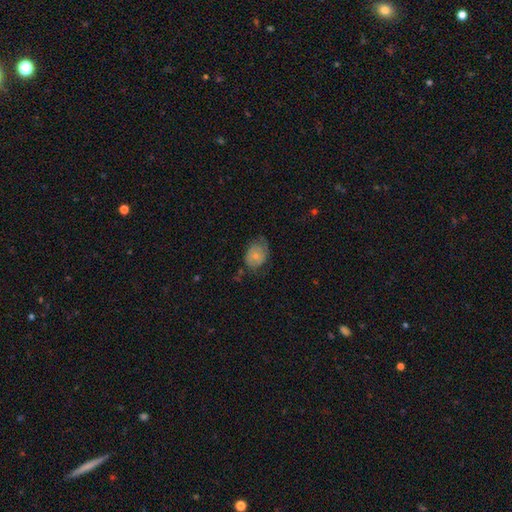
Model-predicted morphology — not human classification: smooth-or-featured: smooth: 57% | featured or disk: 36% | star or artifact: 8%
  how-rounded: in between: 67% | round: 31% | cigar-shaped: 1%
  merging: none: 46% | minor disturbance: 34% | major disturbance: 18% | merger: 2%